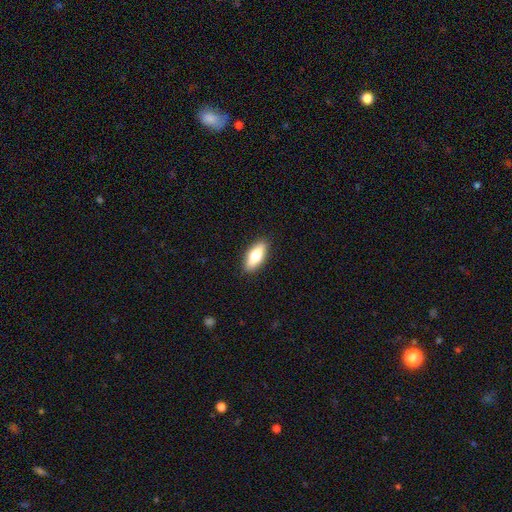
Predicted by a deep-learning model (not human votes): A smooth galaxy with no disk features (68%) that is in between round and cigar-shaped (77%). Merging: none (89%).